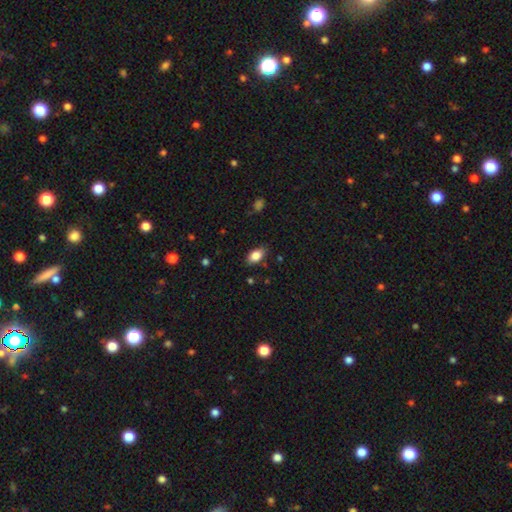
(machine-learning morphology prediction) smooth_or_featured: smooth (p=0.85) [alt: star or artifact p=0.08]
how_rounded: in between (p=0.90) [alt: round p=0.07]
merging: none (p=0.81) [alt: minor disturbance p=0.15]